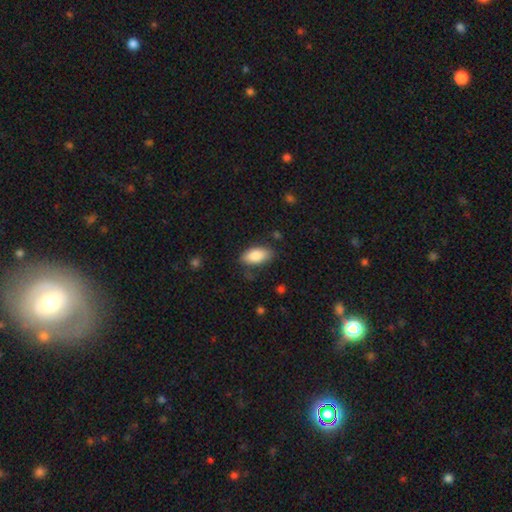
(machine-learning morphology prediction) Smooth or featured: smooth — 84% (featured or disk — 9%)
How rounded: in between — 92% (cigar-shaped — 5%)
Merging: none — 77% (minor disturbance — 17%)